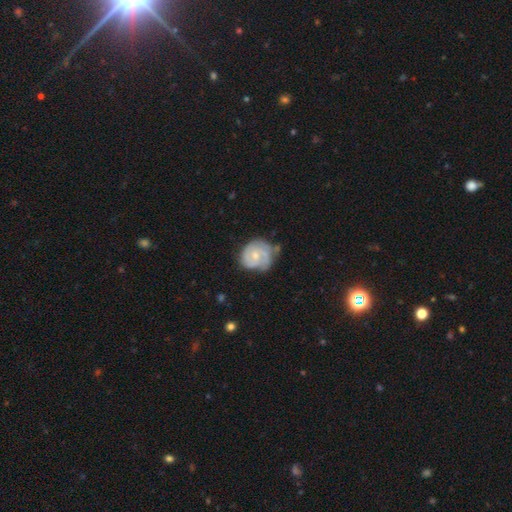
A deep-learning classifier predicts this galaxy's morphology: smooth-or-featured: featured or disk: 71% | smooth: 23% | star or artifact: 5%
  disk-edge-on: no: 98% | yes: 2%
    bar: no: 66% | weak: 30% | strong: 4%
    has-spiral-arms: yes: 89% | no: 11%
      spiral-winding: tight: 58% | medium: 33% | loose: 9%
      spiral-arm-count: 2: 37% | can't tell: 26% | 3: 25% | 1: 5% | 4: 4% | more than 4: 3%
    bulge-size: small: 56% | moderate: 38% | none: 4% | large: 1% | dominant: 1%
  merging: none: 56% | minor disturbance: 29% | major disturbance: 10% | merger: 4%